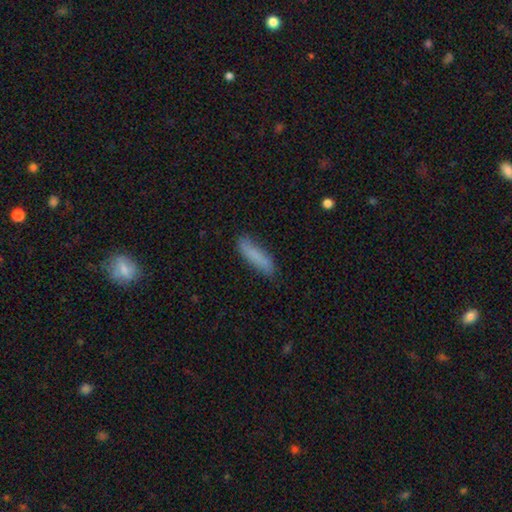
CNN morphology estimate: Q: Smooth or featured?
A: smooth (80%); runner-up: featured or disk (14%)
Q: How rounded?
A: cigar-shaped (77%); runner-up: in between (21%)
Q: Merging?
A: none (81%); runner-up: minor disturbance (14%)